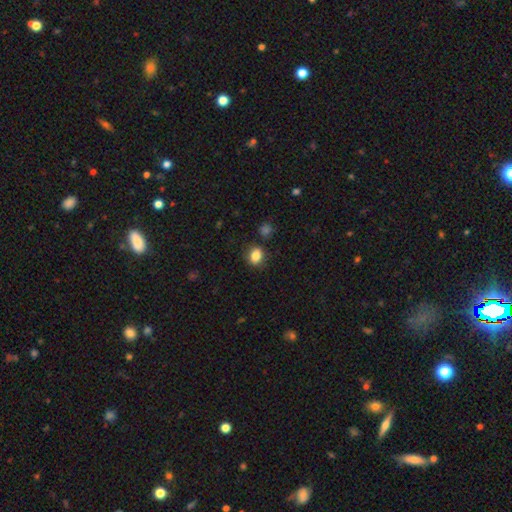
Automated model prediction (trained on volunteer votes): smooth_or_featured: smooth (p=0.84) [alt: star or artifact p=0.10]
how_rounded: round (p=0.51) [alt: in between p=0.48]
merging: none (p=0.82) [alt: minor disturbance p=0.12]